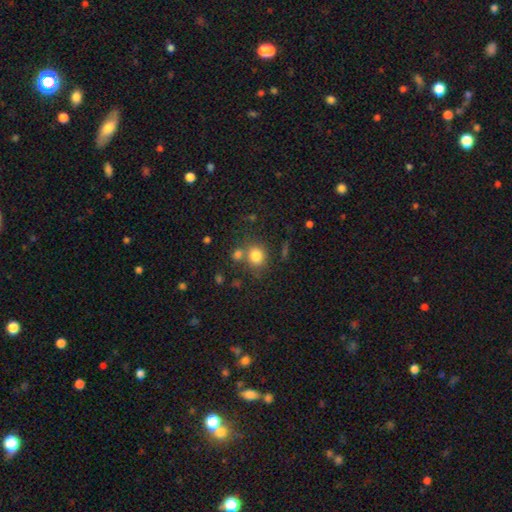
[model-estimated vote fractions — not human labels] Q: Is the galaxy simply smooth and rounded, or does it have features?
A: smooth — 81%.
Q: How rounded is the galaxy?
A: round — 70%.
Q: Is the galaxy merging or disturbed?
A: none — 63%.